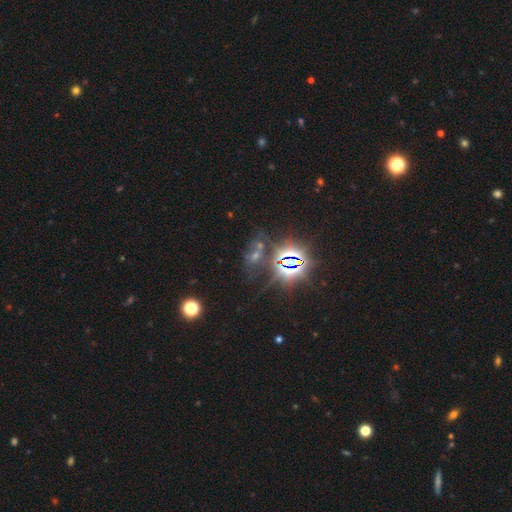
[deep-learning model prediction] star or artifact 70%, smooth 17%, featured or disk 14%.